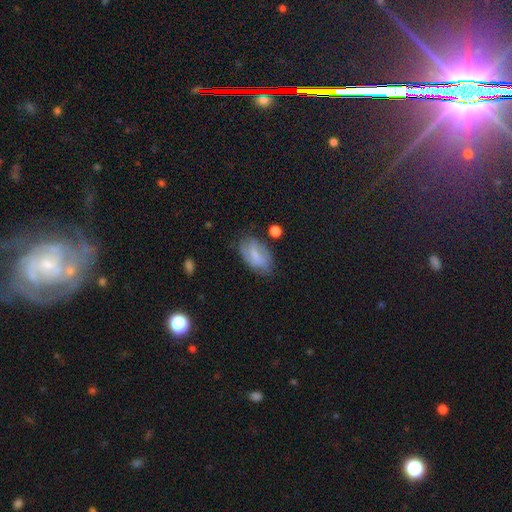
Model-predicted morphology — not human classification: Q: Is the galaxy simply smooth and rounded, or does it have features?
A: smooth — 57%.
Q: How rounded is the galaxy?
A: in between — 91%.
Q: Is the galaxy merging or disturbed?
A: none — 65%.